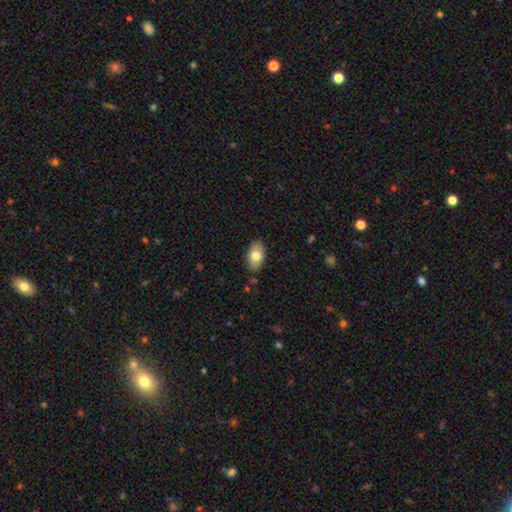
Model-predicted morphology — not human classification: smooth 76%, featured or disk 17%, star or artifact 7%. Down the decision tree: how rounded — in between (92%); merging — none (86%).